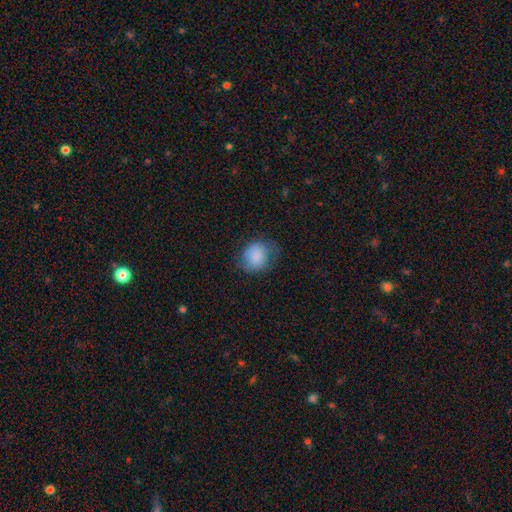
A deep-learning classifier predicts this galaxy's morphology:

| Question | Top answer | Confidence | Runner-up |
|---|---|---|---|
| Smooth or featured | smooth | 84% | featured or disk (9%) |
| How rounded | round | 68% | in between (31%) |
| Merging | none | 64% | minor disturbance (25%) |